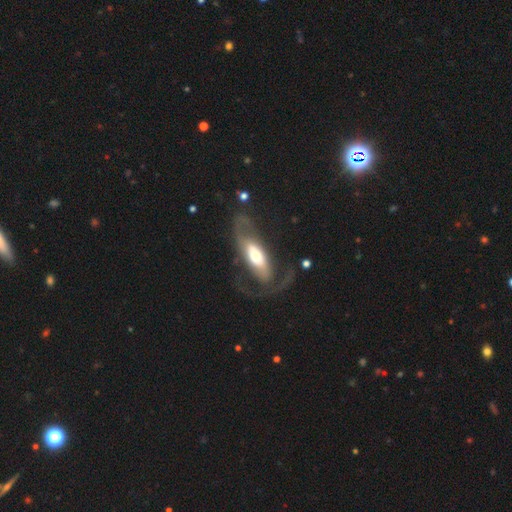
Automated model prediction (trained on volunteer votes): Overall: featured or disk (68%). Edge-on disk: no (86%). Bar: no (58%; weak 23%). Spiral arms: yes (68%; no 32%). Bulge size: moderate (55%; large 25%). Merging: none (49%; major disturbance 31%).